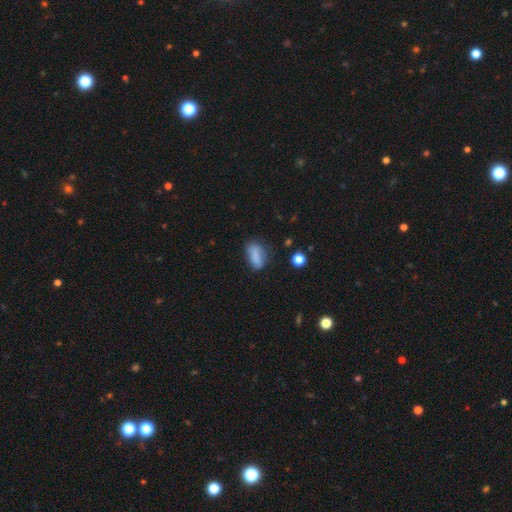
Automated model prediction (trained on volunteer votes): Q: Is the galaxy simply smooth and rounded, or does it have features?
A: smooth — 80%.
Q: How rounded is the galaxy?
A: in between — 83%.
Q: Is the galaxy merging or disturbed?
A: none — 61%.